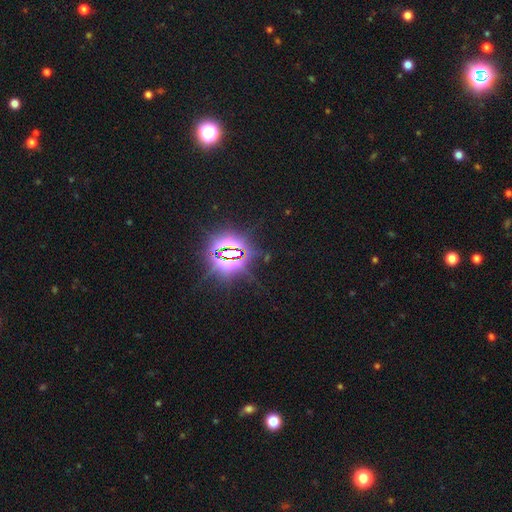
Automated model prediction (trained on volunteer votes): Overall: star or artifact (84%).